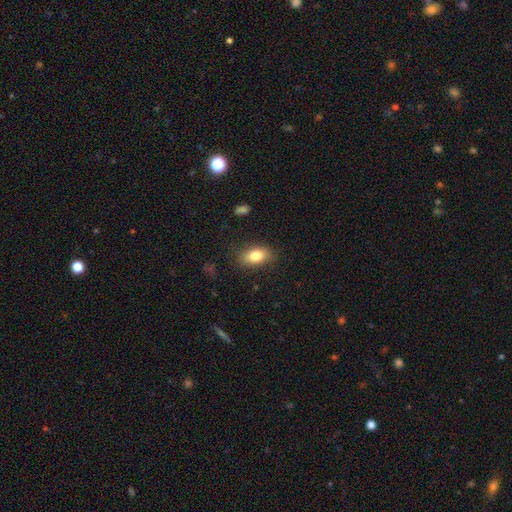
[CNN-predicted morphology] This is clearly a smooth galaxy (81%). How rounded: clearly in between (88%). Merging: clearly none (84%).